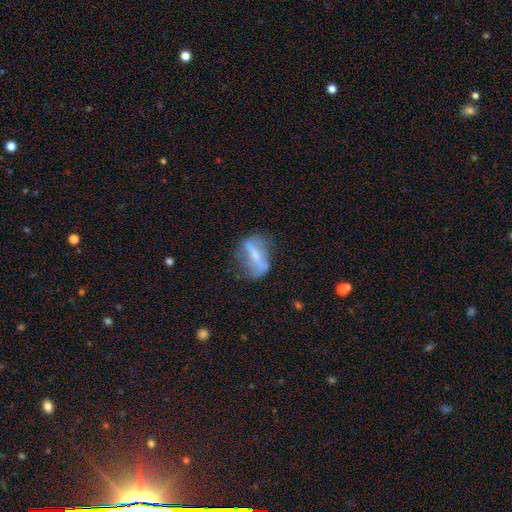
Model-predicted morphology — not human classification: smooth-or-featured: featured or disk: 63% | smooth: 28% | star or artifact: 10%
  disk-edge-on: no: 82% | yes: 18%
    bar: strong: 58% | weak: 24% | no: 18%
    has-spiral-arms: no: 66% | yes: 34%
    bulge-size: small: 51% | moderate: 30% | none: 15% | large: 3% | dominant: 1%
  merging: none: 53% | minor disturbance: 24% | major disturbance: 18% | merger: 5%